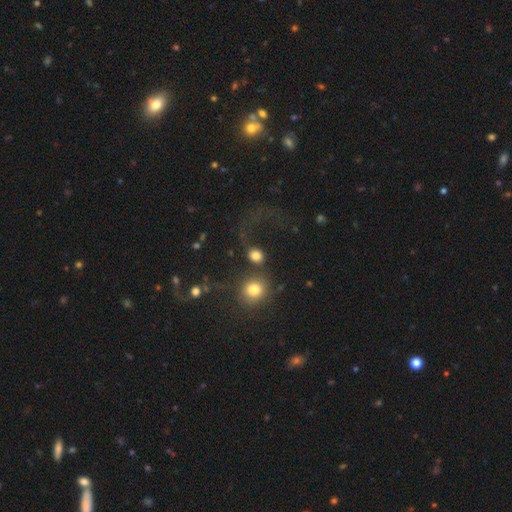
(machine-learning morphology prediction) A smooth galaxy with no disk features (77%) that is round (70%). Merging: none (36%).